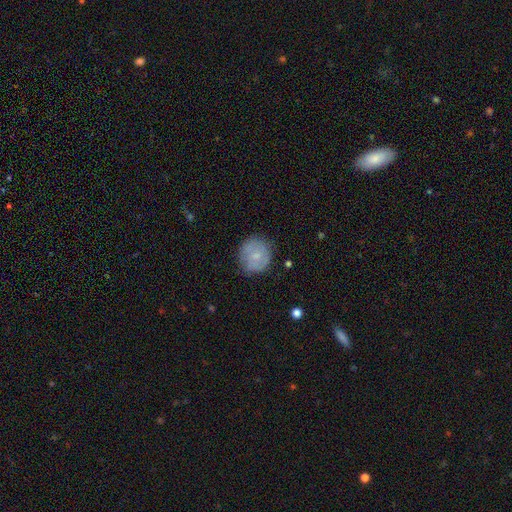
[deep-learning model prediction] This appears to be a smooth galaxy with no disk features (62%) that is round (86%). Merging: none (72%).